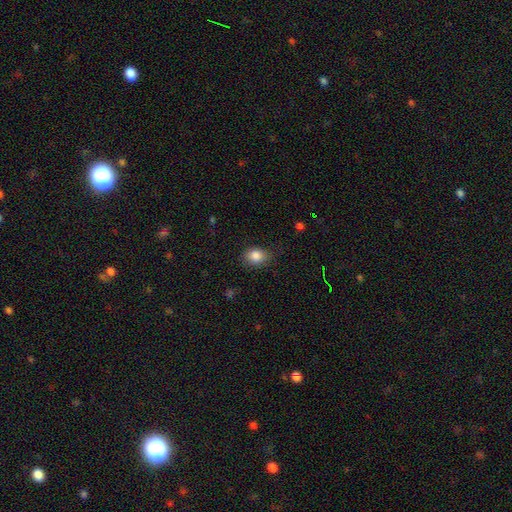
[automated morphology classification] Smooth or featured: smooth — 85% (star or artifact — 9%)
How rounded: in between — 60% (round — 39%)
Merging: none — 75% (minor disturbance — 19%)